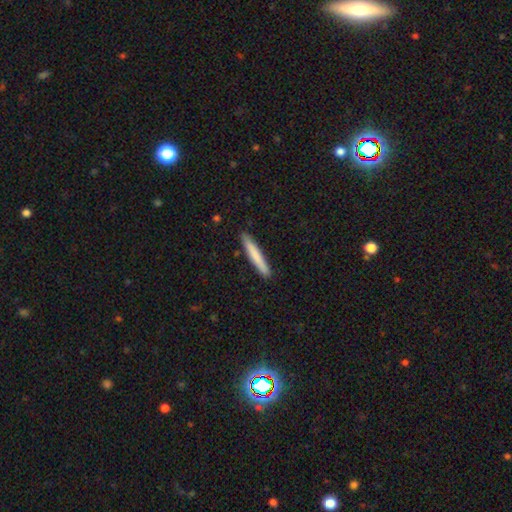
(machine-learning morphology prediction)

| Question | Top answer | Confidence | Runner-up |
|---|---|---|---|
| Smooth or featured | smooth | 78% | featured or disk (17%) |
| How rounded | cigar-shaped | 95% | in between (4%) |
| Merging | none | 90% | minor disturbance (7%) |